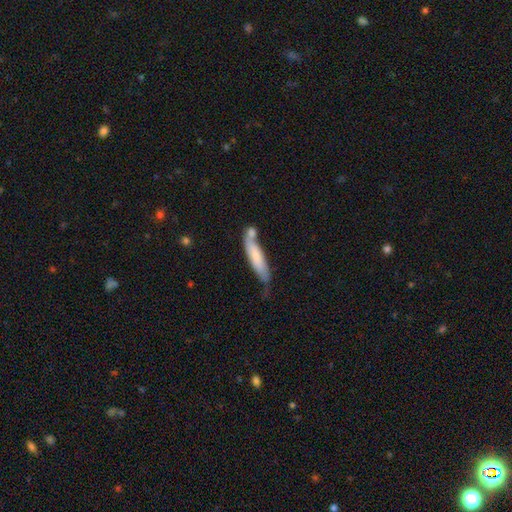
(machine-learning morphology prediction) Overall: smooth (70%). How rounded: cigar-shaped (82%). Merging: none (45%; merger 25%).